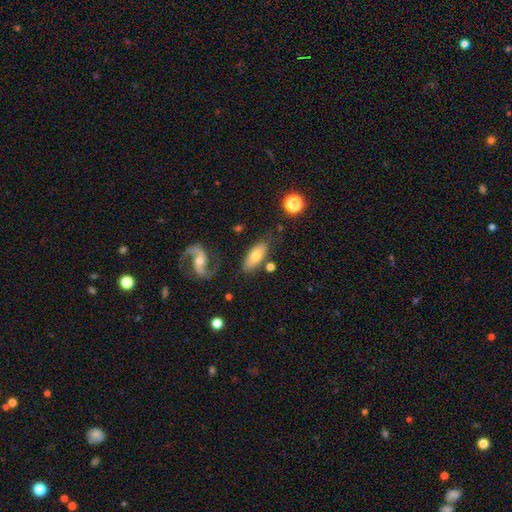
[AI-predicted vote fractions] Morphology: type=smooth (57%); roundness=in between (83%); merging=none (72%).